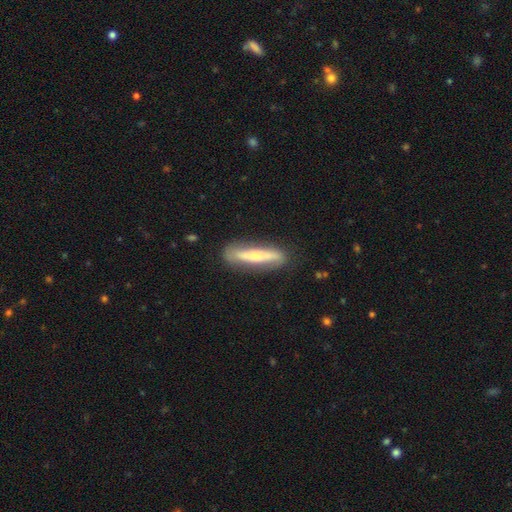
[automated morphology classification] Smooth or featured? Predicted: featured or disk (p=0.54). Edge-on disk? Predicted: yes (p=0.69). Merging? Predicted: none (p=0.82).